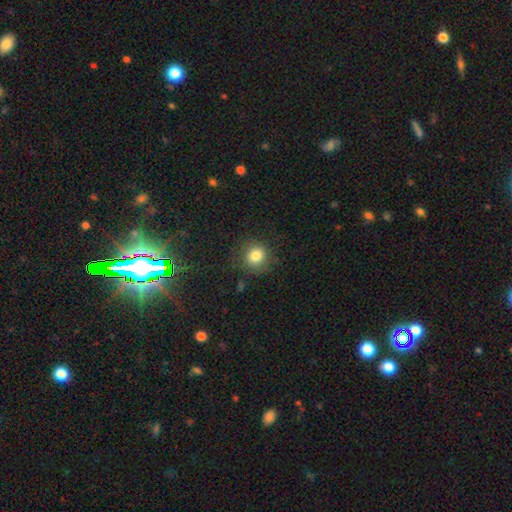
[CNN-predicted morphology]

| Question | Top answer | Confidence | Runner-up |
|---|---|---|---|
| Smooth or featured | smooth | 81% | star or artifact (12%) |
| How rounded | round | 89% | in between (10%) |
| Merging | none | 81% | minor disturbance (12%) |